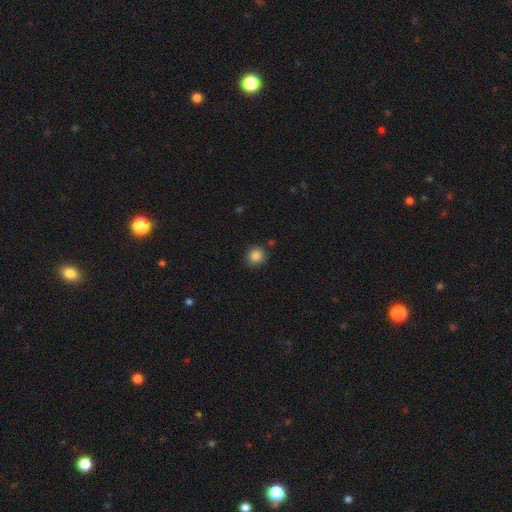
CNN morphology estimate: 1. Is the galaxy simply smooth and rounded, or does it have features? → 86% smooth, 10% star or artifact, 4% featured or disk.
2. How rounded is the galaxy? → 90% round, 9% in between, 1% cigar-shaped.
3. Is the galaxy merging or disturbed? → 87% none, 8% minor disturbance, 2% major disturbance, 2% merger.